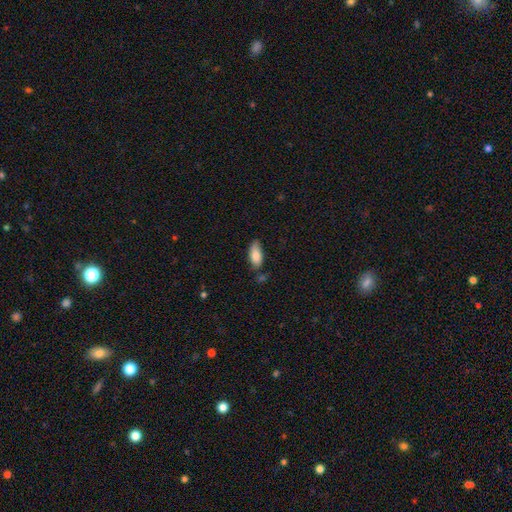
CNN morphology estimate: This is clearly a smooth galaxy (83%). How rounded: clearly in between (85%). Merging: likely none (61%).